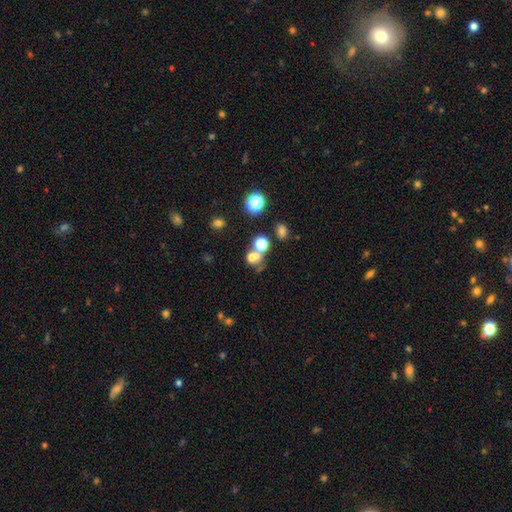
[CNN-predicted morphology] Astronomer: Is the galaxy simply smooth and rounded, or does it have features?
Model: smooth — 61%.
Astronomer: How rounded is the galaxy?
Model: round — 77%.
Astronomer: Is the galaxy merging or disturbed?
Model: merger — 43% (runner-up: none, 42%).